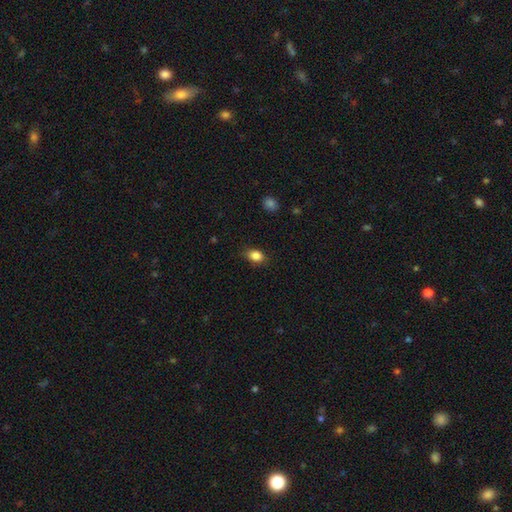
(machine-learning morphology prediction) This appears to be a smooth galaxy with no disk features (85%) that is in between round and cigar-shaped (74%). Merging: none (81%).